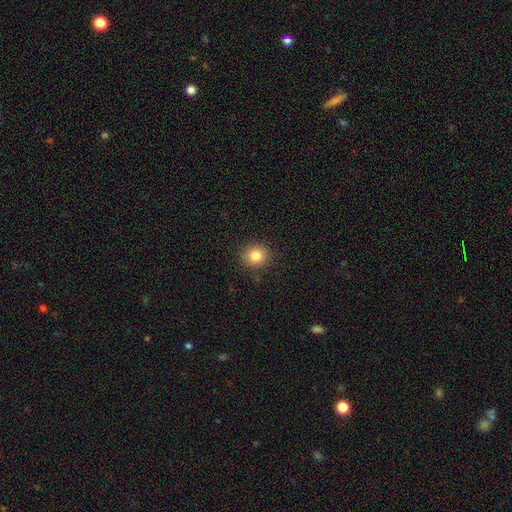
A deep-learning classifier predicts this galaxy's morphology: Smooth or featured? smooth (84%)
How rounded? round (79%)
Merging? none (88%)